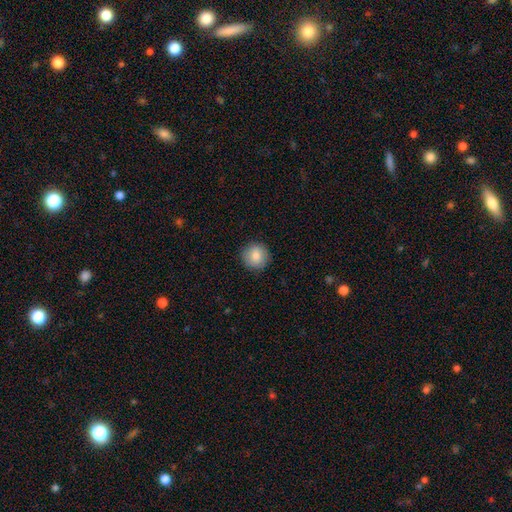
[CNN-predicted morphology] The model was most divided on "smooth or featured": smooth: 85%, star or artifact: 8%, featured or disk: 7%. More confident: how rounded — round (93%); merging — none (90%).